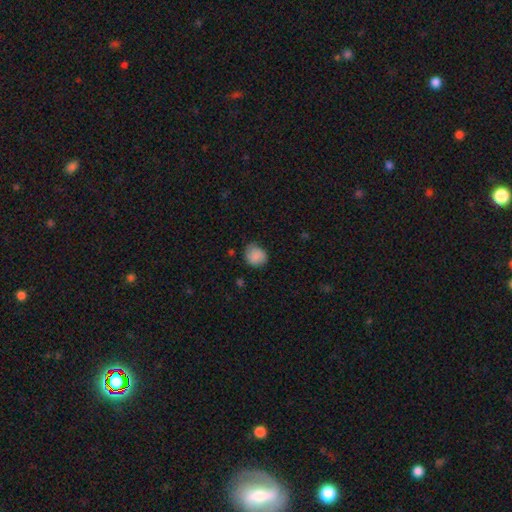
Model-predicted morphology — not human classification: smooth 83%, featured or disk 9%, star or artifact 8%. Down the decision tree: how rounded — round (71%); merging — none (69%).